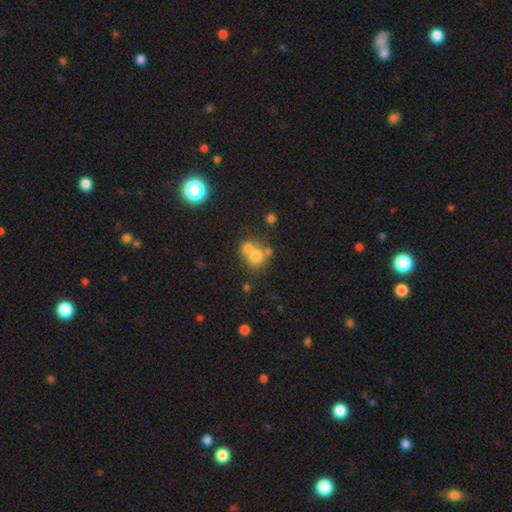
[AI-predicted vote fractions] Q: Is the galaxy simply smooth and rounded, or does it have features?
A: smooth — 68%.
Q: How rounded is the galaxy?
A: round — 77%.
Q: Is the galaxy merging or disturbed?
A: merger — 50%.